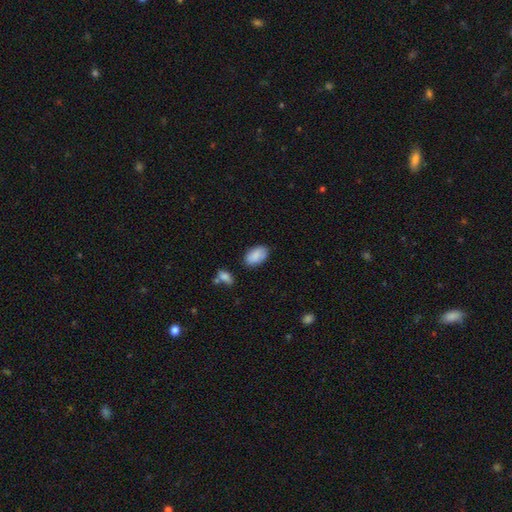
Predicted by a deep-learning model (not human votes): A smooth galaxy with no disk features (86%) that is in between round and cigar-shaped (93%).

Vote fractions:
- Smooth or featured? smooth: 86% / star or artifact: 7% / featured or disk: 7%
- How rounded? in between: 93% / round: 6% / cigar-shaped: 1%
- Merging? none: 77% / minor disturbance: 16% / major disturbance: 3% / merger: 3%